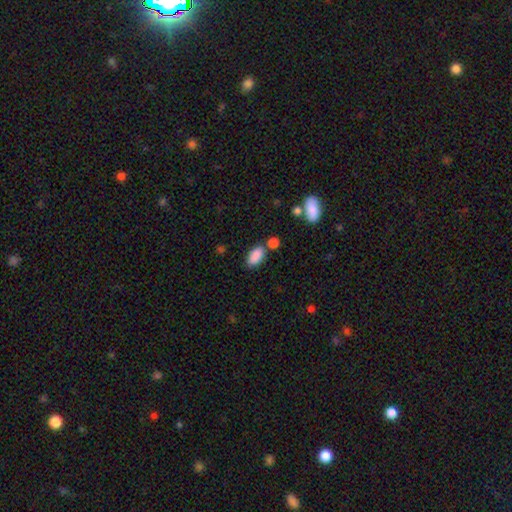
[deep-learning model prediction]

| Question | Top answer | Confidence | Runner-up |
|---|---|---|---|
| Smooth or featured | smooth | 88% | star or artifact (8%) |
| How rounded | in between | 92% | cigar-shaped (4%) |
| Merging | none | 69% | minor disturbance (14%) |